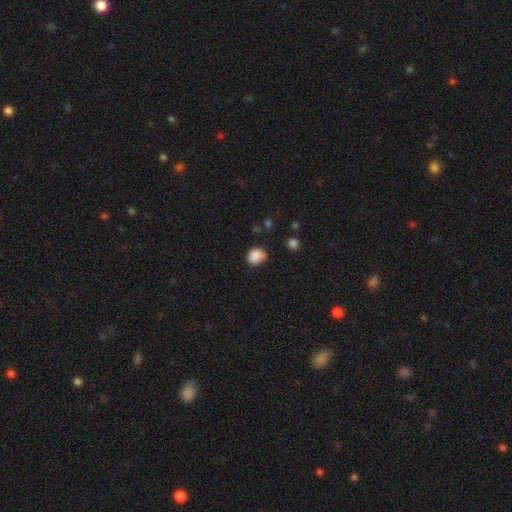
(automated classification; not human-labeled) Smooth or featured: smooth — 86% (star or artifact — 9%)
How rounded: round — 72% (in between — 27%)
Merging: none — 60% (minor disturbance — 29%)